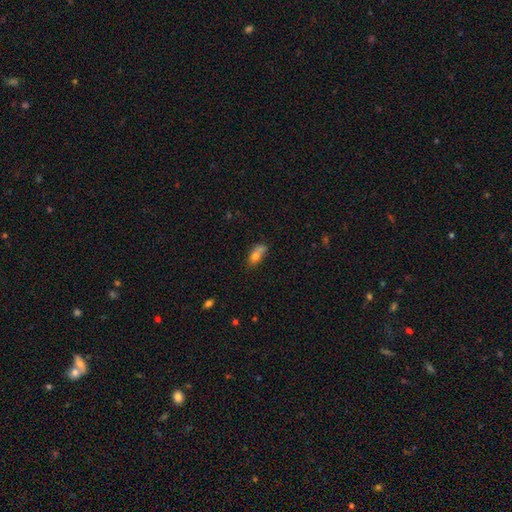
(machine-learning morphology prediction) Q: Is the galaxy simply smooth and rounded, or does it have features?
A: smooth — 73%.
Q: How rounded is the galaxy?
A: in between — 77%.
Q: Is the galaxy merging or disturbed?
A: none — 43%.